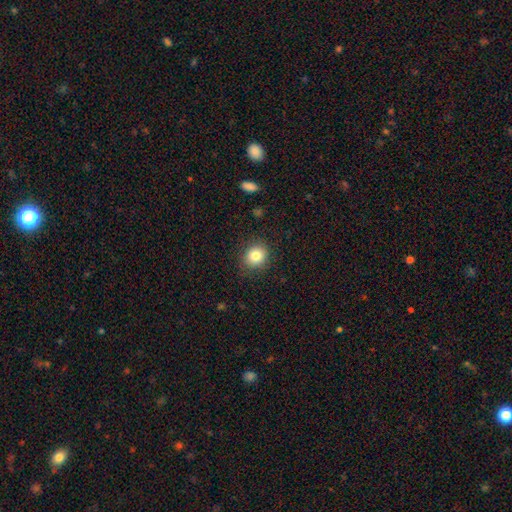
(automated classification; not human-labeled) A smooth galaxy with no disk features (82%) that is round (78%). Merging: none (87%).